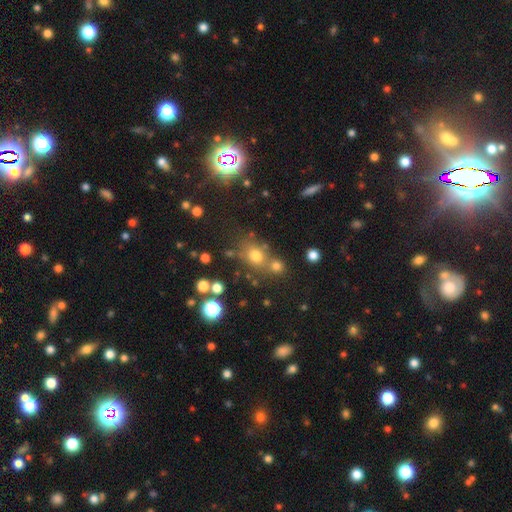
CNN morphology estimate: Smooth or featured: smooth — 68% (star or artifact — 21%)
How rounded: round — 64% (in between — 34%)
Merging: none — 61% (merger — 22%)